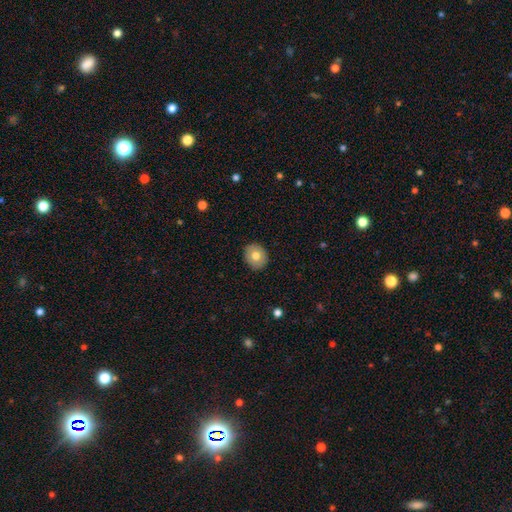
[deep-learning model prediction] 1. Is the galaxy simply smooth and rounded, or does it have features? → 75% smooth, 17% featured or disk, 8% star or artifact.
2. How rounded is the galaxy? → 71% round, 28% in between, 1% cigar-shaped.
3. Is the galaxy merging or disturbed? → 90% none, 7% minor disturbance, 2% major disturbance, 1% merger.